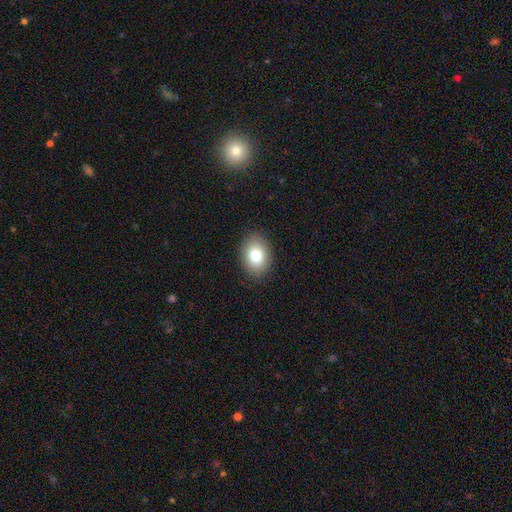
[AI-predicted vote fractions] This appears to be a smooth galaxy with no disk features (79%) that is in between round and cigar-shaped (75%). Merging: none (88%).